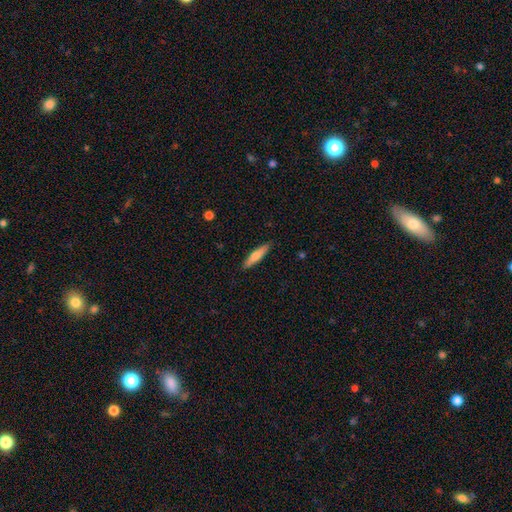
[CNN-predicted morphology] Smooth or featured?
  - smooth: 63% *
  - featured or disk: 32%
  - star or artifact: 6%
How rounded?
  - cigar-shaped: 84% *
  - in between: 15%
  - round: 2%
Merging?
  - none: 90% *
  - minor disturbance: 8%
  - major disturbance: 2%
  - merger: 1%